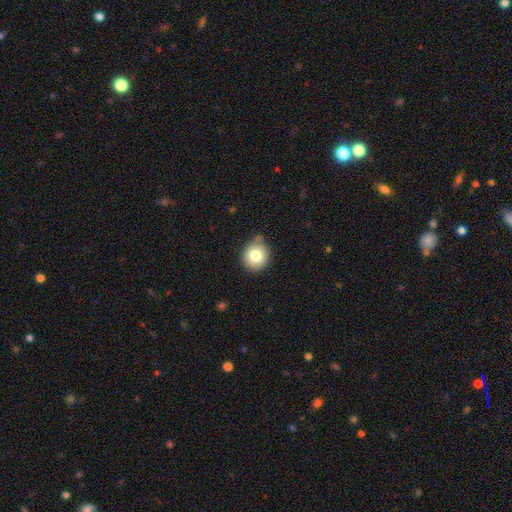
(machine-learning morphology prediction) A smooth galaxy with no disk features (79%) that is round (89%). Merging: none (76%).